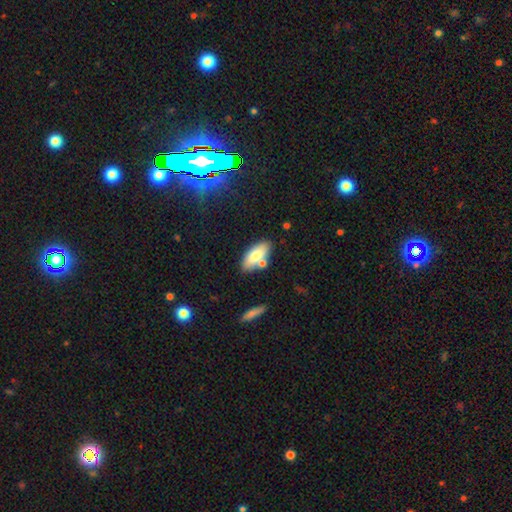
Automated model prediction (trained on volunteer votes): Morphology: type=smooth (76%); roundness=in between (85%); merging=none (69%).